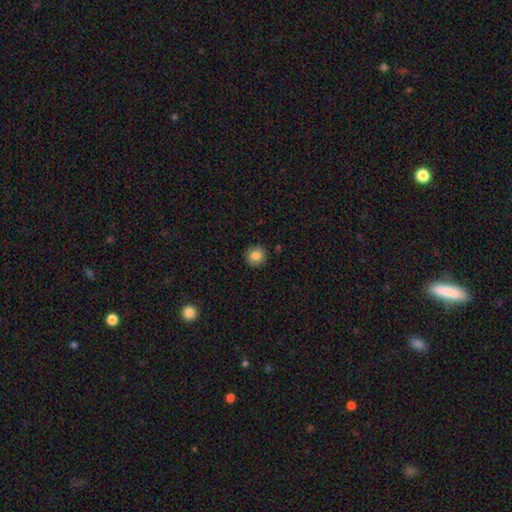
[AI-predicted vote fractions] smooth_or_featured: smooth (p=0.84) [alt: star or artifact p=0.09]
how_rounded: round (p=0.90) [alt: in between p=0.09]
merging: none (p=0.90) [alt: minor disturbance p=0.07]